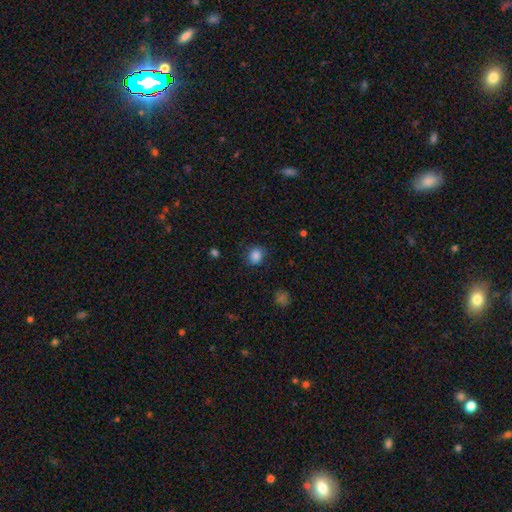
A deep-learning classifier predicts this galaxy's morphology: smooth-or-featured: smooth: 86% | star or artifact: 10% | featured or disk: 5%
  how-rounded: round: 68% | in between: 32% | cigar-shaped: 1%
  merging: none: 80% | minor disturbance: 15% | major disturbance: 4% | merger: 1%